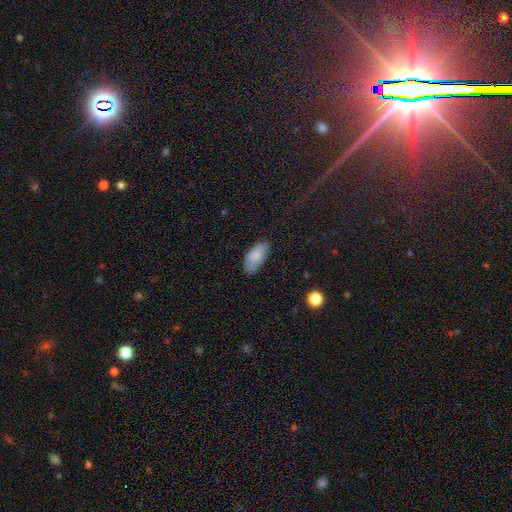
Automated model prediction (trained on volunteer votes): Smooth or featured? Predicted: smooth (p=0.82). How rounded? Predicted: in between (p=0.90). Merging? Predicted: none (p=0.77).